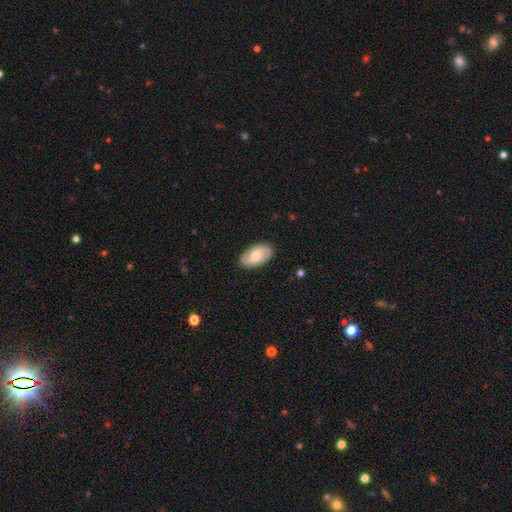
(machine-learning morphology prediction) This appears to be a smooth galaxy with no disk features (55%) that is in between round and cigar-shaped (94%). Merging: none (85%).